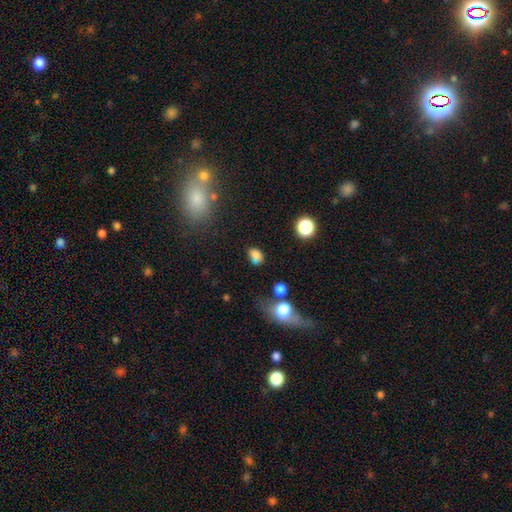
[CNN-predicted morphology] Smooth or featured?
  - smooth: 78% *
  - star or artifact: 15%
  - featured or disk: 7%
How rounded?
  - in between: 74% *
  - round: 24%
  - cigar-shaped: 2%
Merging?
  - none: 61% *
  - minor disturbance: 23%
  - merger: 8%
  - major disturbance: 8%